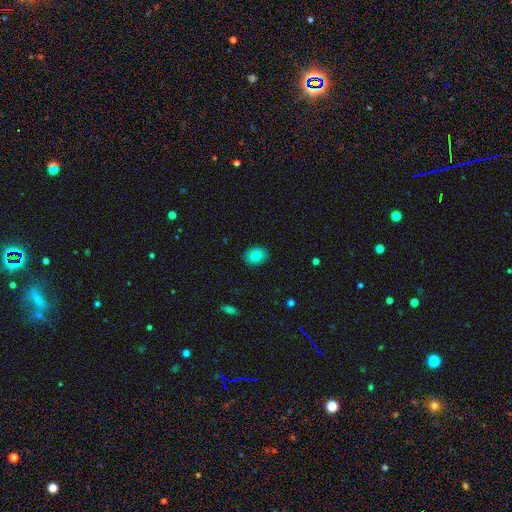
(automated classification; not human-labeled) A smooth galaxy with no disk features (84%) that is in between round and cigar-shaped (59%). Merging: none (89%).